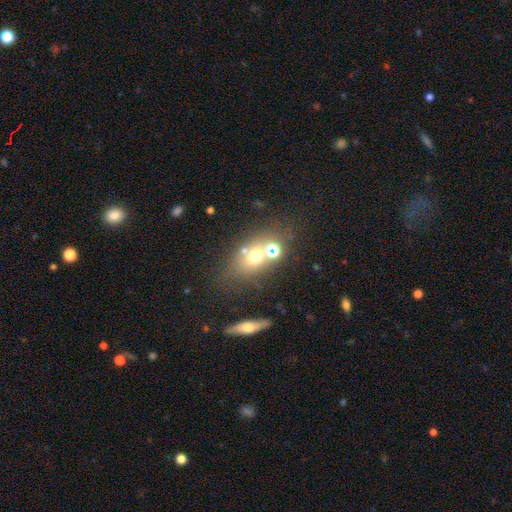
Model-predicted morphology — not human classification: smooth 57%, featured or disk 22%, star or artifact 21%. Down the decision tree: how rounded — in between (58%); merging — none (54%).